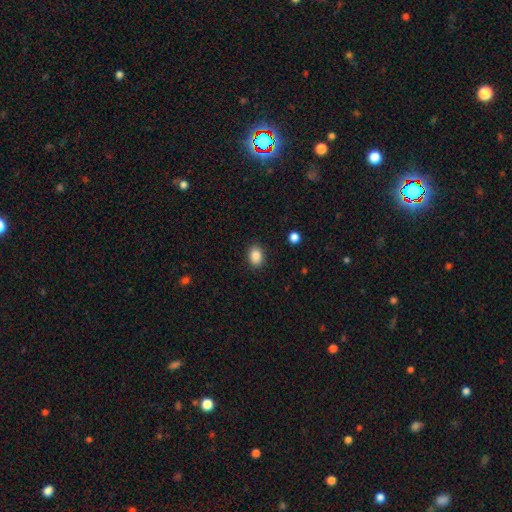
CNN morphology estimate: smooth-or-featured: smooth: 87% | star or artifact: 9% | featured or disk: 4%
  how-rounded: in between: 70% | round: 29% | cigar-shaped: 1%
  merging: none: 88% | minor disturbance: 8% | major disturbance: 2% | merger: 1%